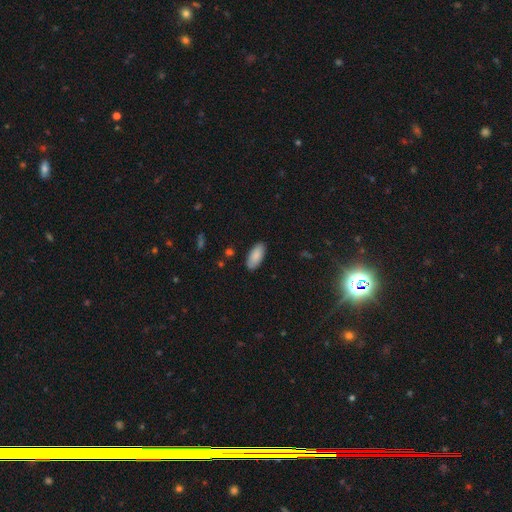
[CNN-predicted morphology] This is clearly a smooth galaxy (89%). How rounded: clearly in between (90%). Merging: clearly none (86%).